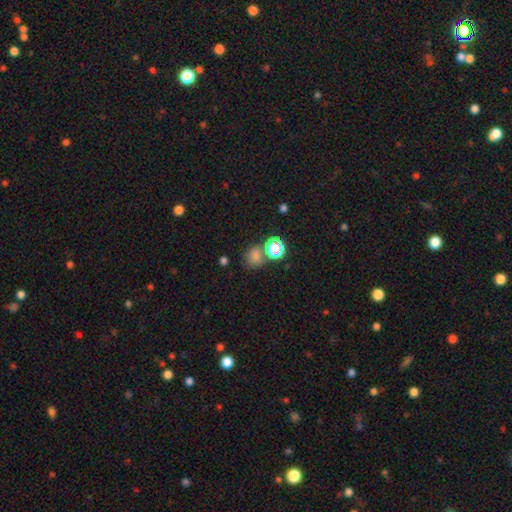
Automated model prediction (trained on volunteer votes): Q: Smooth or featured?
A: smooth (69%); runner-up: star or artifact (24%)
Q: How rounded?
A: round (73%); runner-up: in between (26%)
Q: Merging?
A: none (58%); runner-up: merger (24%)